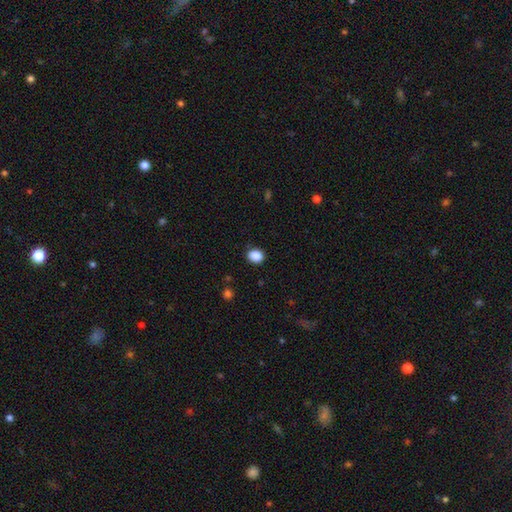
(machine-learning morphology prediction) A smooth galaxy with no disk features (88%) that is round (55%). Merging: none (88%).